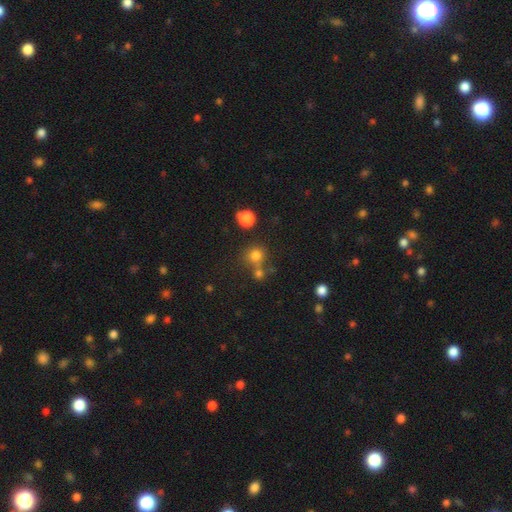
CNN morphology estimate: A smooth galaxy with no disk features (75%) that is round (87%).

Vote fractions:
- Smooth or featured? smooth: 75% / star or artifact: 18% / featured or disk: 8%
- How rounded? round: 87% / in between: 12% / cigar-shaped: 1%
- Merging? none: 59% / merger: 26% / minor disturbance: 10% / major disturbance: 5%